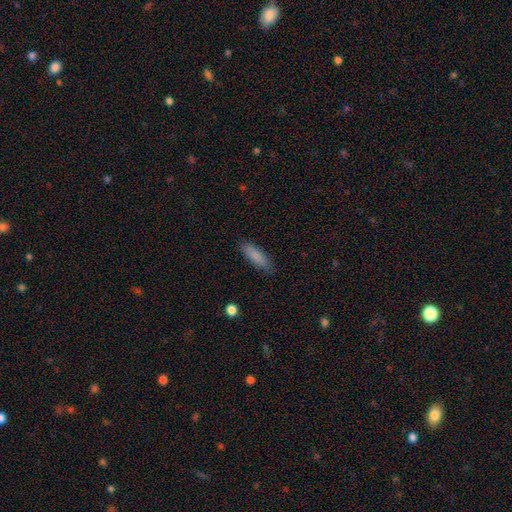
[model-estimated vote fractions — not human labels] Morphology: type=smooth (86%); roundness=cigar-shaped (52%); merging=none (85%).